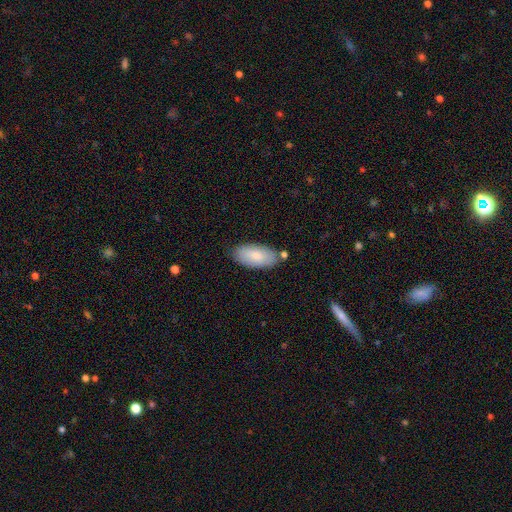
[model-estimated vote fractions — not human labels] smooth 82%, featured or disk 12%, star or artifact 6%. Down the decision tree: how rounded — in between (93%); merging — none (79%).